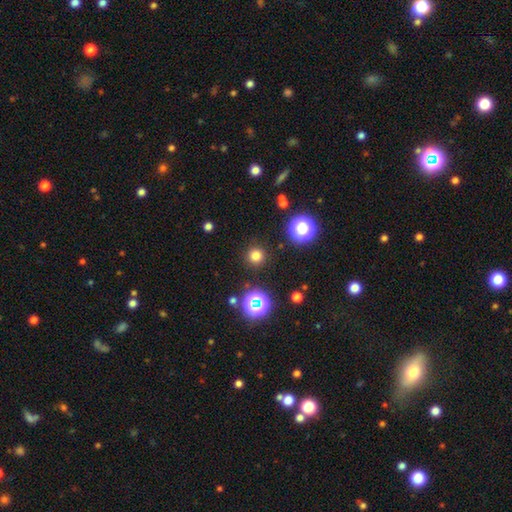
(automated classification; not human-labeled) A smooth galaxy with no disk features (75%) that is round (96%). Merging: none (91%).